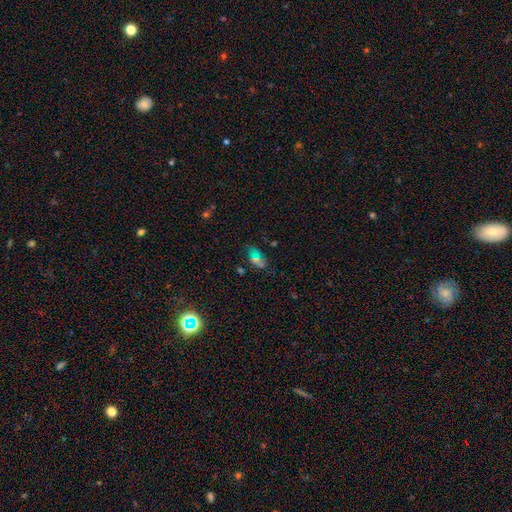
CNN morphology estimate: Q: Smooth or featured?
A: smooth (60%); runner-up: star or artifact (22%)
Q: How rounded?
A: in between (89%); runner-up: round (6%)
Q: Merging?
A: none (67%); runner-up: minor disturbance (22%)